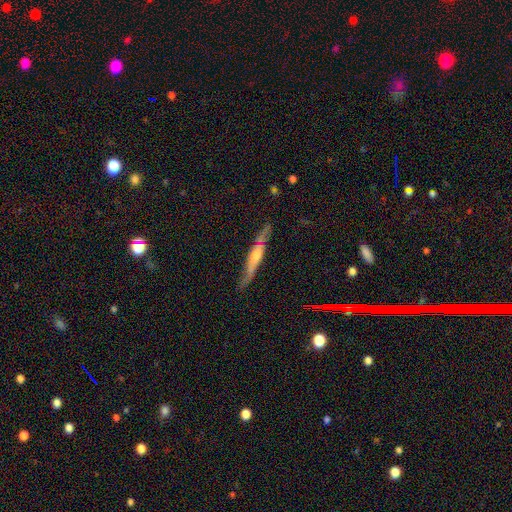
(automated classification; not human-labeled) Morphology: type=featured or disk (63%); edge-on=yes (89%); edge-on bulge=rounded (60%); merging=none (74%).